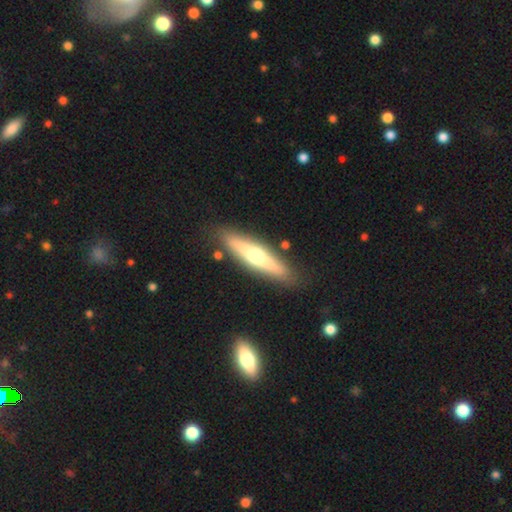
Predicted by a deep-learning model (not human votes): Morphology: type=featured or disk (54%); edge-on=yes (92%); merging=none (85%).